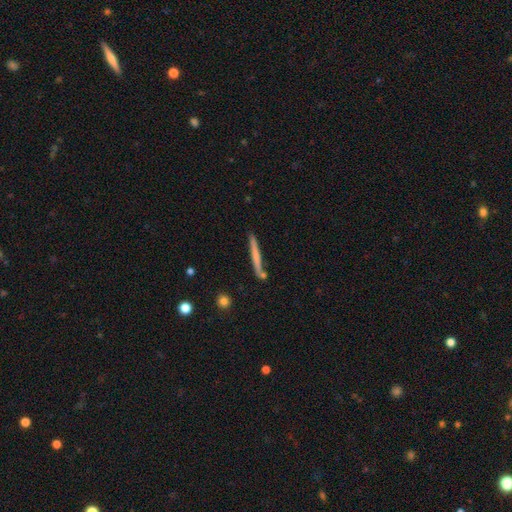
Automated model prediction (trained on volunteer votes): This is possibly a smooth galaxy (56%). How rounded: clearly cigar-shaped (96%). Merging: likely none (79%).